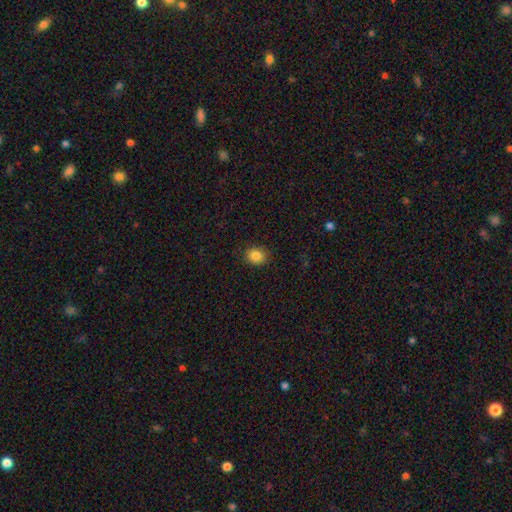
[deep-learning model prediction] smooth-or-featured: smooth: 85% | star or artifact: 10% | featured or disk: 5%
  how-rounded: round: 58% | in between: 41% | cigar-shaped: 1%
  merging: none: 88% | minor disturbance: 9% | major disturbance: 2% | merger: 1%